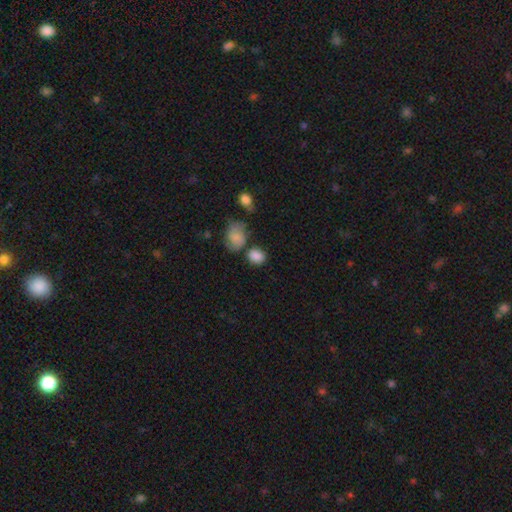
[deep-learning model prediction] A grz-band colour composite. It shows a smooth galaxy with no disk features (85%) that is round (59%). Merging: none (64%).